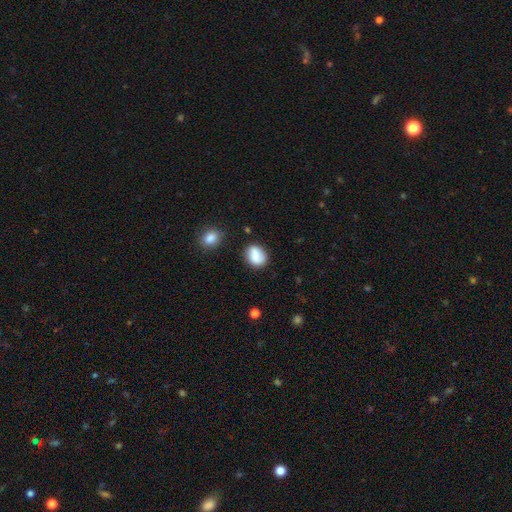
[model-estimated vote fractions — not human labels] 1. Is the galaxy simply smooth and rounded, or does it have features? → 79% smooth, 13% featured or disk, 8% star or artifact.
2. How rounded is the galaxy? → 50% in between, 49% round, 1% cigar-shaped.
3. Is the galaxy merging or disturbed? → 72% none, 17% minor disturbance, 6% merger, 5% major disturbance.